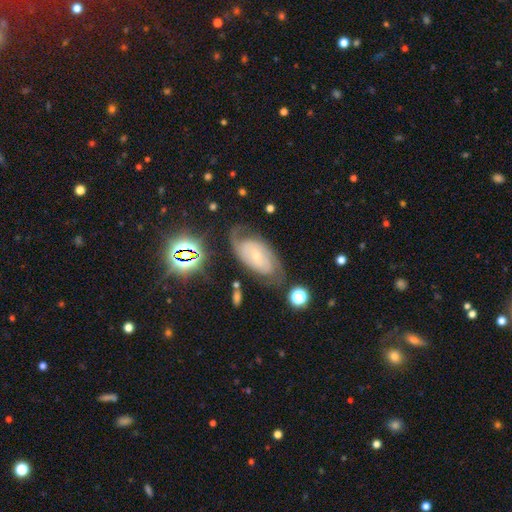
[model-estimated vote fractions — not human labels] A featured or disk galaxy (80%) with no bar (53%), 2 (70%) tight (51%) spiral arms (95%) and a small central bulge (74%). Merging: none (68%).